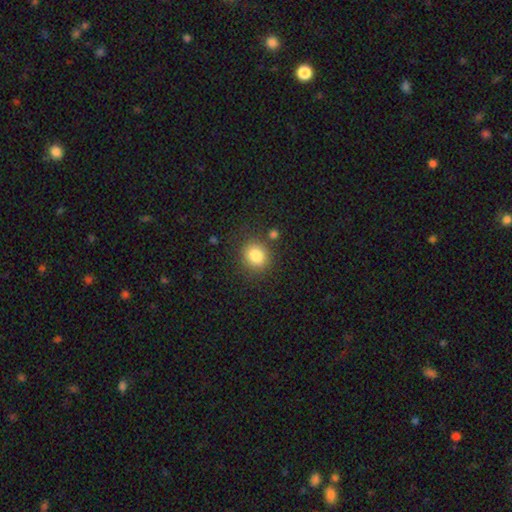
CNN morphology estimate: A smooth galaxy with no disk features (84%) that is round (74%).

Vote fractions:
- Smooth or featured? smooth: 84% / star or artifact: 10% / featured or disk: 6%
- How rounded? round: 74% / in between: 26% / cigar-shaped: 1%
- Merging? none: 80% / minor disturbance: 11% / merger: 5% / major disturbance: 4%